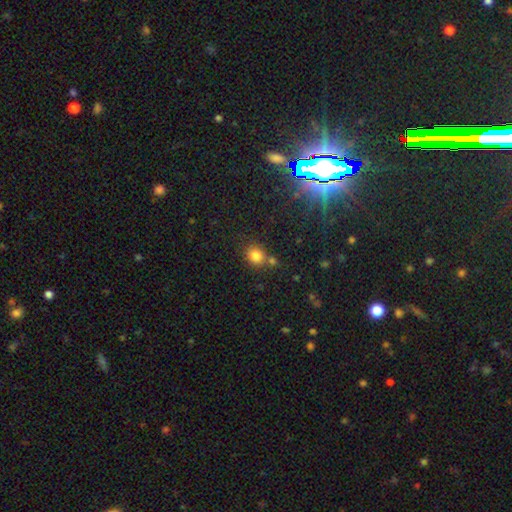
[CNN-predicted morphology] Smooth or featured? Predicted: smooth (p=0.81). How rounded? Predicted: round (p=0.69). Merging? Predicted: none (p=0.64).